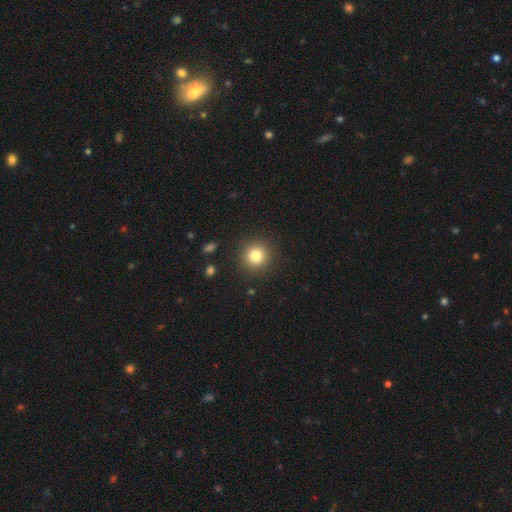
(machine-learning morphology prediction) Smooth or featured?
  - smooth: 81% *
  - star or artifact: 12%
  - featured or disk: 8%
How rounded?
  - round: 94% *
  - in between: 5%
  - cigar-shaped: 1%
Merging?
  - none: 90% *
  - minor disturbance: 6%
  - major disturbance: 3%
  - merger: 1%